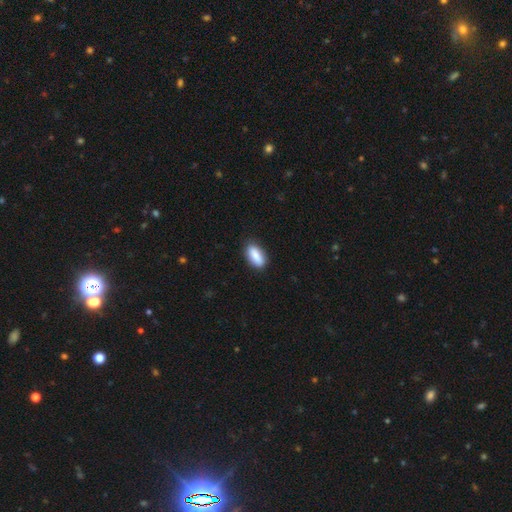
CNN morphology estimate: Smooth or featured?
  - smooth: 87% *
  - featured or disk: 7%
  - star or artifact: 6%
How rounded?
  - in between: 83% *
  - cigar-shaped: 13%
  - round: 3%
Merging?
  - none: 86% *
  - minor disturbance: 10%
  - major disturbance: 2%
  - merger: 1%